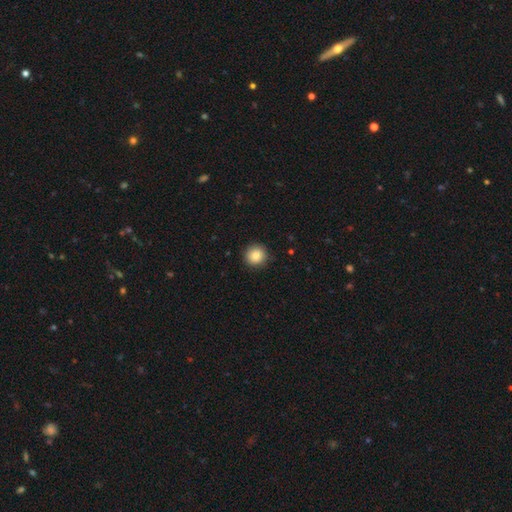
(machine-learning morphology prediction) A smooth galaxy with no disk features (86%) that is round (94%).

Vote fractions:
- Smooth or featured? smooth: 86% / star or artifact: 9% / featured or disk: 5%
- How rounded? round: 94% / in between: 5% / cigar-shaped: 1%
- Merging? none: 90% / minor disturbance: 7% / major disturbance: 2% / merger: 1%